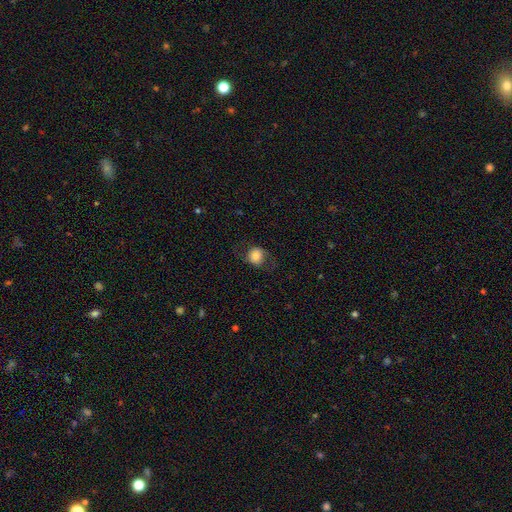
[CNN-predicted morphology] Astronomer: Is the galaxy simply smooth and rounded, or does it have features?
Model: smooth — 73%.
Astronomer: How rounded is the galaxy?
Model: round — 74%.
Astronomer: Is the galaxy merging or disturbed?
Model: none — 67%.